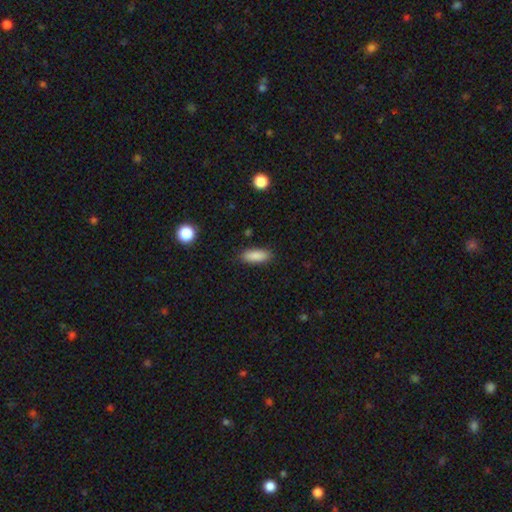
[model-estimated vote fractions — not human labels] smooth_or_featured: smooth (p=0.87) [alt: star or artifact p=0.07]
how_rounded: in between (p=0.72) [alt: cigar-shaped p=0.26]
merging: none (p=0.87) [alt: minor disturbance p=0.09]